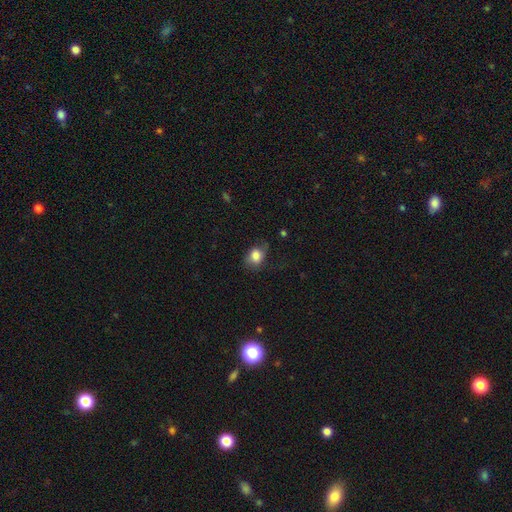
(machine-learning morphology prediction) Smooth or featured?
  - smooth: 81% *
  - featured or disk: 10%
  - star or artifact: 9%
How rounded?
  - in between: 54% *
  - round: 45%
  - cigar-shaped: 1%
Merging?
  - none: 61% *
  - minor disturbance: 27%
  - major disturbance: 10%
  - merger: 1%